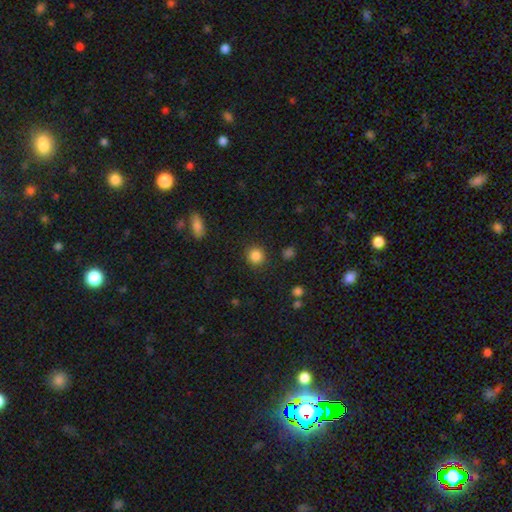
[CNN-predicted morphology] smooth_or_featured: smooth (p=0.86) [alt: star or artifact p=0.11]
how_rounded: round (p=0.90) [alt: in between p=0.09]
merging: none (p=0.89) [alt: minor disturbance p=0.07]